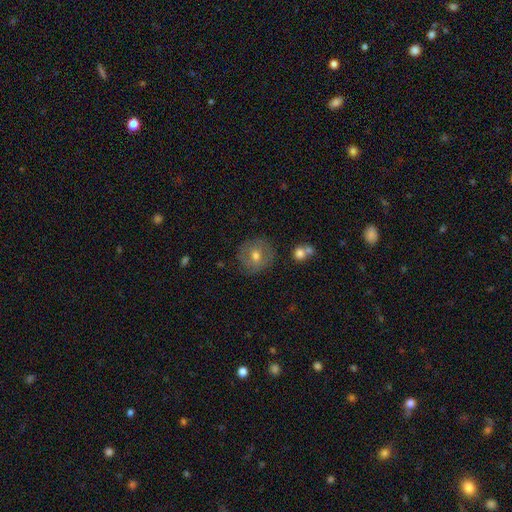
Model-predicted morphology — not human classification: This appears to be a smooth galaxy with no disk features (52%) that is round (90%). Merging: none (79%).